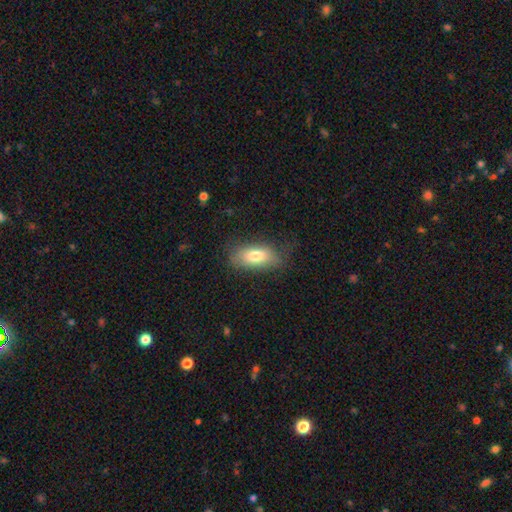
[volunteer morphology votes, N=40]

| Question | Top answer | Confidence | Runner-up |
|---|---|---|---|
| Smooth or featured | smooth | 72% | featured or disk (22%) |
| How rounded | in between | 93% | round (3%) |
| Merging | none | 76% | minor disturbance (16%) |